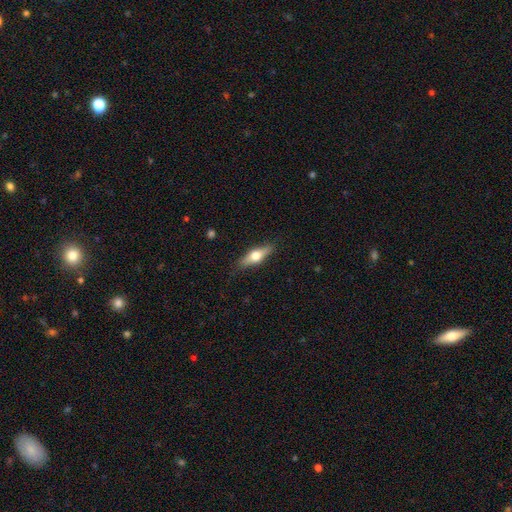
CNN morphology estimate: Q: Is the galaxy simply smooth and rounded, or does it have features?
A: featured or disk — 49%.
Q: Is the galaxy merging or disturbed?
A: none — 85%.